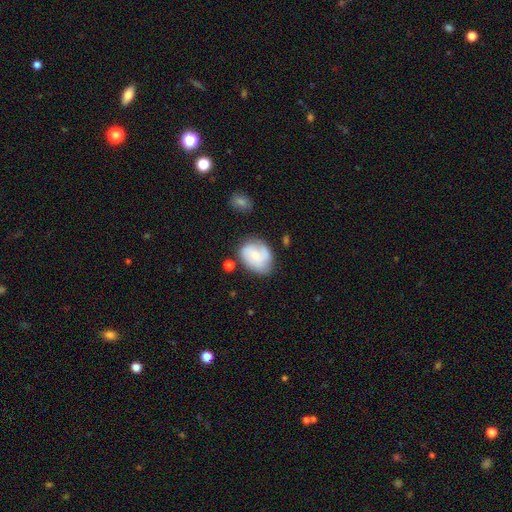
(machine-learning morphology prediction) Overall: smooth (47%; featured or disk 46%). Merging: none (59%; minor disturbance 25%).